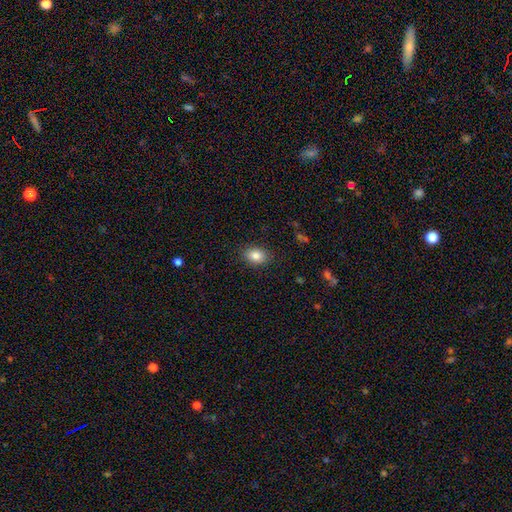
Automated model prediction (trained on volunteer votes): A smooth galaxy with no disk features (84%) that is in between round and cigar-shaped (72%).

Vote fractions:
- Smooth or featured? smooth: 84% / star or artifact: 9% / featured or disk: 7%
- How rounded? in between: 72% / round: 27% / cigar-shaped: 1%
- Merging? none: 87% / minor disturbance: 9% / major disturbance: 3% / merger: 1%